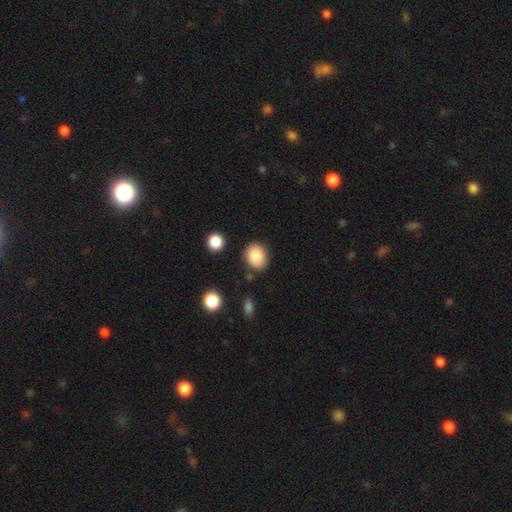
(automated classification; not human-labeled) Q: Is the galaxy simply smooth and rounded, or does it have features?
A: smooth — 86%.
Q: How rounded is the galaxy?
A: in between — 55%.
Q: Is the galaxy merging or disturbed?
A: none — 82%.